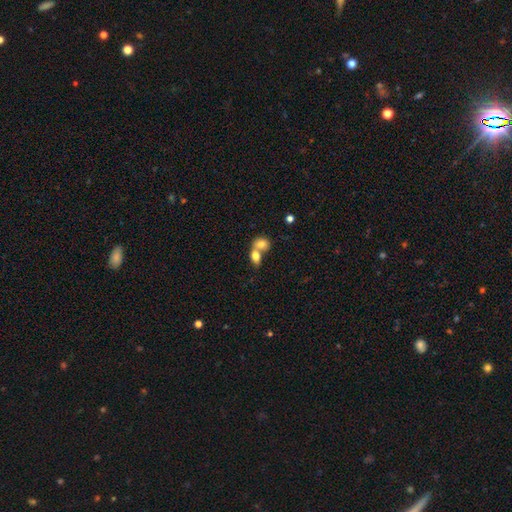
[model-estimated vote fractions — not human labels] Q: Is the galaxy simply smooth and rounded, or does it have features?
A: smooth — 77%.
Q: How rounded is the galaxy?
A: in between — 62%.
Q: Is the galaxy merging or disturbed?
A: merger — 70%.